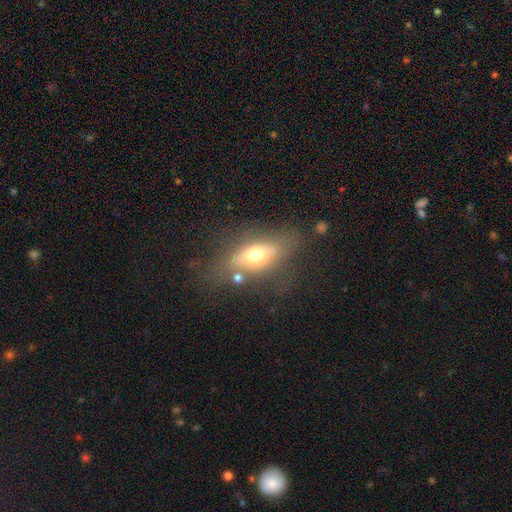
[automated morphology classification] This appears to be a smooth galaxy with no disk features (54%) that is in between round and cigar-shaped (73%). Merging: none (63%).